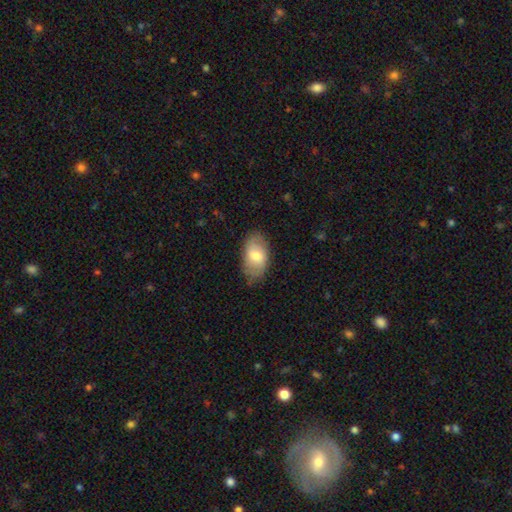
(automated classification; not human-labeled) smooth-or-featured: smooth: 64% | featured or disk: 30% | star or artifact: 6%
  how-rounded: in between: 93% | round: 5% | cigar-shaped: 2%
  merging: none: 76% | minor disturbance: 19% | major disturbance: 4% | merger: 1%